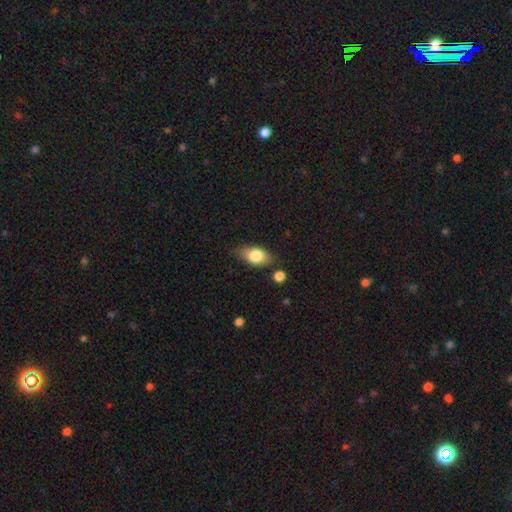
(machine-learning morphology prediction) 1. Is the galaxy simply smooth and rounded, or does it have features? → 77% smooth, 16% featured or disk, 7% star or artifact.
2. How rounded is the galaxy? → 86% in between, 9% round, 5% cigar-shaped.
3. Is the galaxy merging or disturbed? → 75% none, 17% minor disturbance, 4% major disturbance, 4% merger.